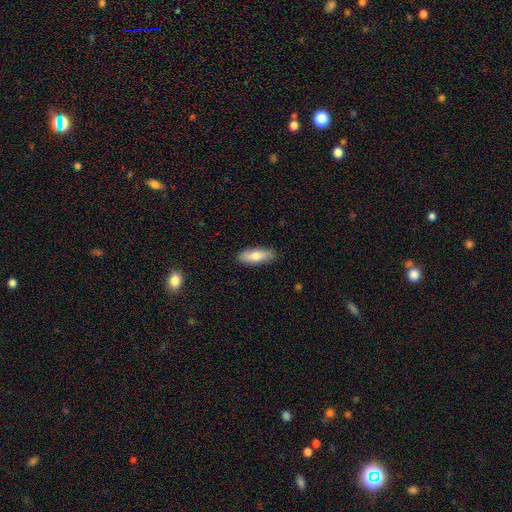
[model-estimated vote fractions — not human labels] smooth 70%, featured or disk 24%, star or artifact 6%. Down the decision tree: how rounded — in between (72%); merging — none (87%).